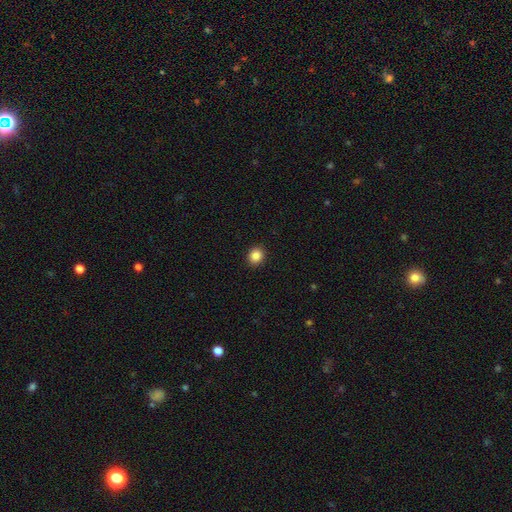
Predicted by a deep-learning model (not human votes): A smooth galaxy with no disk features (87%) that is round (74%). Merging: none (92%).